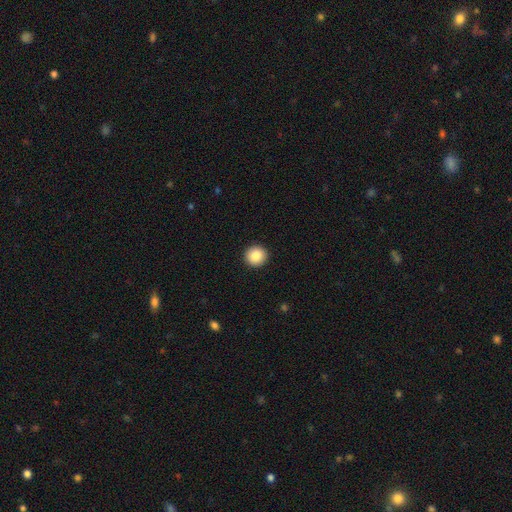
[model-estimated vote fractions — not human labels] smooth 87%, star or artifact 8%, featured or disk 5%. Down the decision tree: how rounded — round (94%); merging — none (93%).